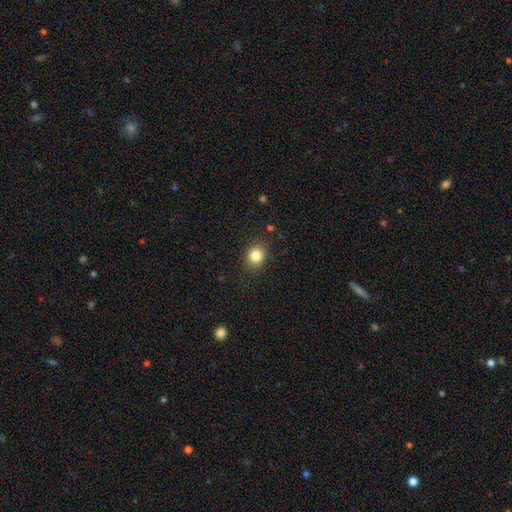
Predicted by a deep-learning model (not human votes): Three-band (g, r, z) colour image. It shows a smooth galaxy with no disk features (83%) that is round (64%). Merging: none (86%).